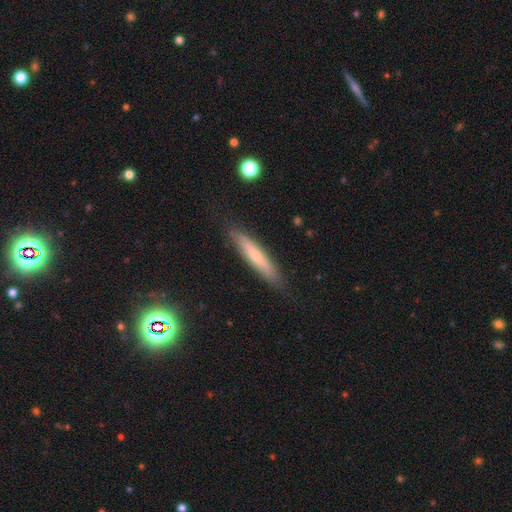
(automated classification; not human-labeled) Smooth or featured?
  - smooth: 60% *
  - featured or disk: 34%
  - star or artifact: 7%
How rounded?
  - cigar-shaped: 90% *
  - in between: 9%
  - round: 1%
Merging?
  - none: 85% *
  - minor disturbance: 11%
  - major disturbance: 2%
  - merger: 1%